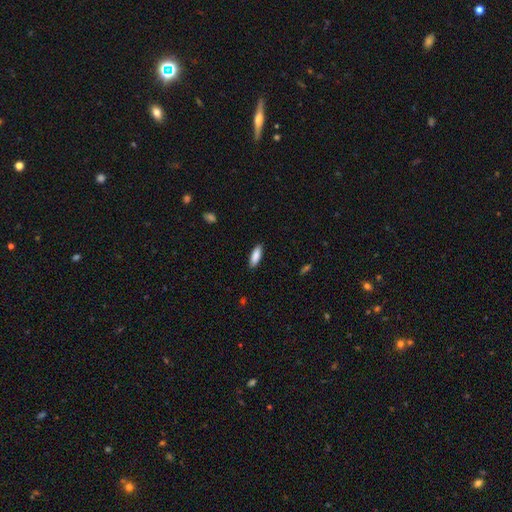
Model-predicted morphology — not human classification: smooth_or_featured: smooth (p=0.88) [alt: star or artifact p=0.06]
how_rounded: in between (p=0.65) [alt: cigar-shaped p=0.33]
merging: none (p=0.88) [alt: minor disturbance p=0.09]